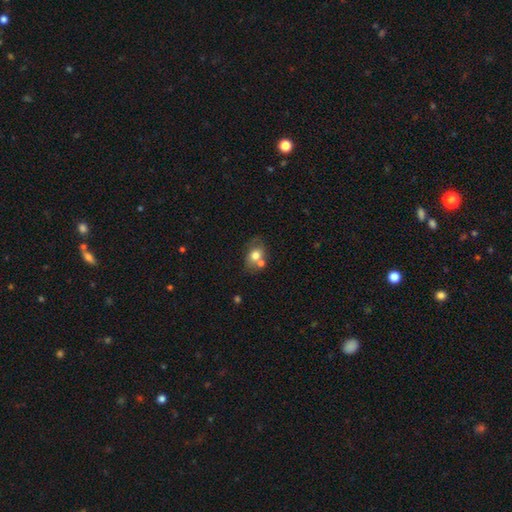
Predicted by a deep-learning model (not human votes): smooth 69%, featured or disk 21%, star or artifact 9%. Down the decision tree: how rounded — in between (65%); merging — none (49%).